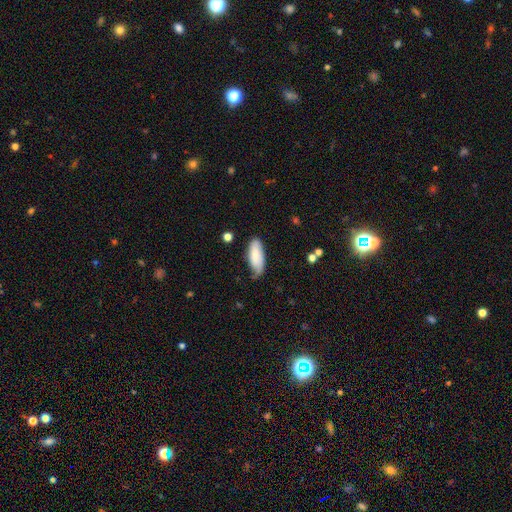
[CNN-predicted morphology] smooth 81%, featured or disk 13%, star or artifact 6%. Down the decision tree: how rounded — in between (77%); merging — none (63%).